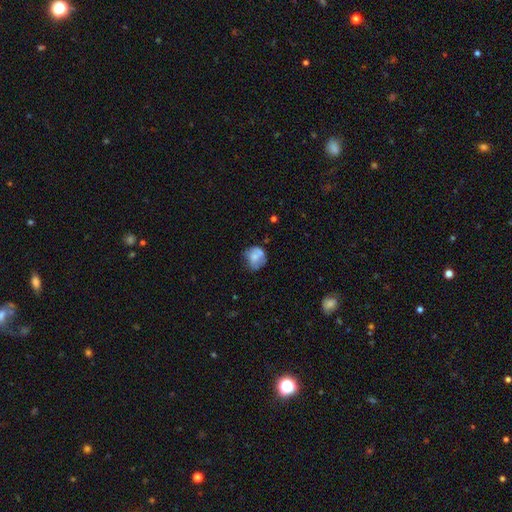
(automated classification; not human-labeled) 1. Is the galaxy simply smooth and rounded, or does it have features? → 60% smooth, 31% featured or disk, 9% star or artifact.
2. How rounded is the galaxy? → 66% round, 33% in between, 1% cigar-shaped.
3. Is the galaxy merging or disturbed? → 42% none, 30% minor disturbance, 17% major disturbance, 11% merger.